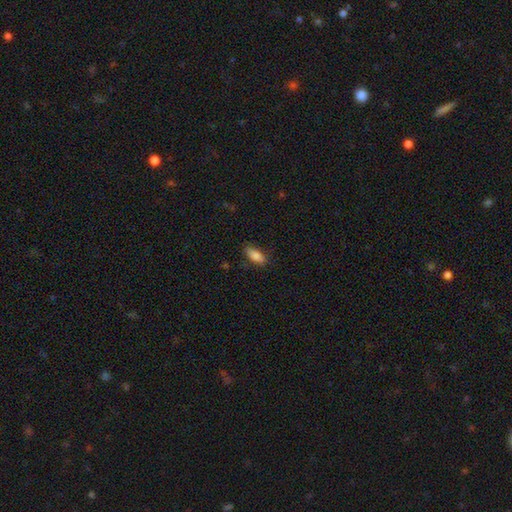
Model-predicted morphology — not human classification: Smooth or featured: smooth — 85% (featured or disk — 8%)
How rounded: in between — 82% (cigar-shaped — 16%)
Merging: none — 81% (minor disturbance — 14%)